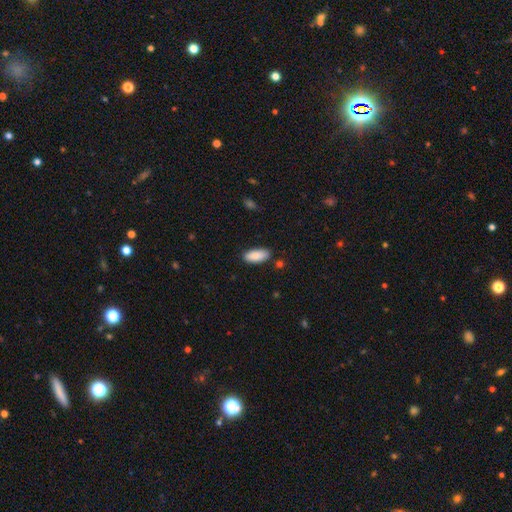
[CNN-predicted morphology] A smooth galaxy with no disk features (88%) that is in between round and cigar-shaped (88%). Merging: none (84%).